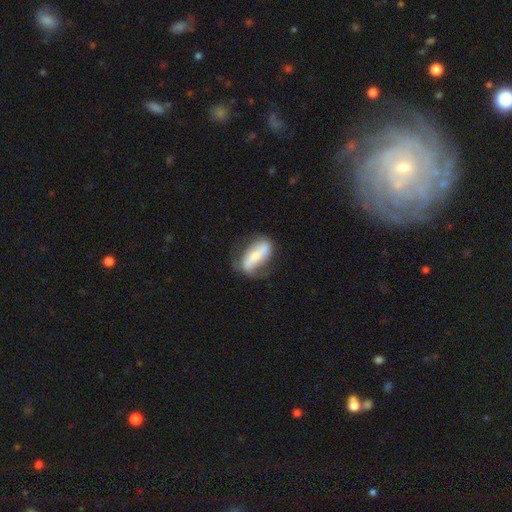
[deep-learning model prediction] This appears to be a featured or disk galaxy (49%). Merging: none (55%).